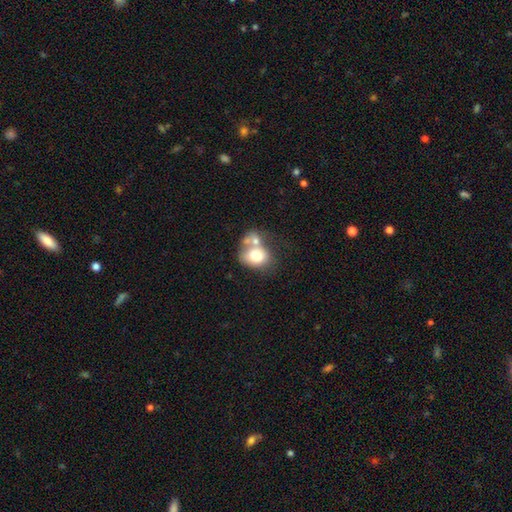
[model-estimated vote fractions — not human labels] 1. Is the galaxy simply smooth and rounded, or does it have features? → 70% smooth, 22% featured or disk, 8% star or artifact.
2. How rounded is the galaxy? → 59% in between, 40% round, 1% cigar-shaped.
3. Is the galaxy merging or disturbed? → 55% merger, 23% none, 12% minor disturbance, 10% major disturbance.